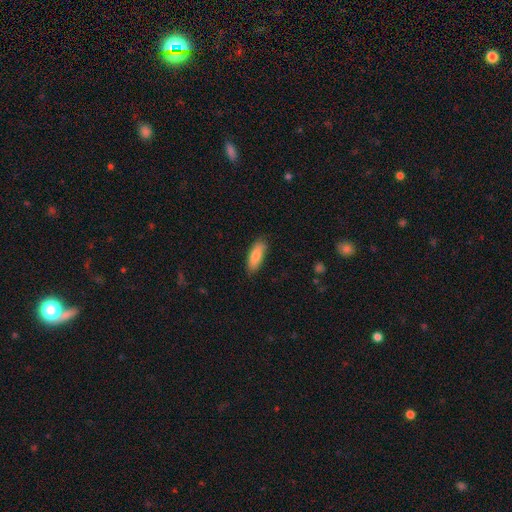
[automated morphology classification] Smooth or featured? smooth (83%)
How rounded? in between (65%)
Merging? none (80%)